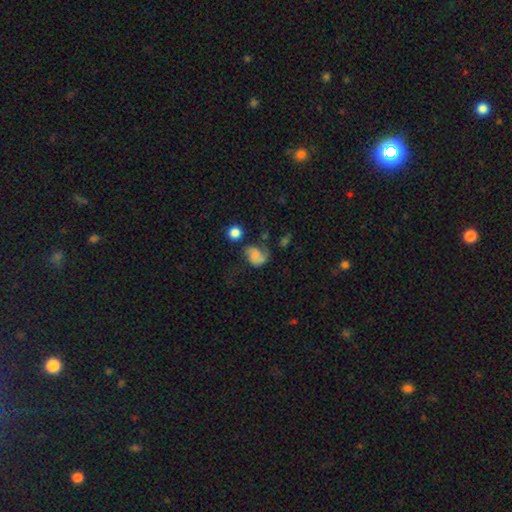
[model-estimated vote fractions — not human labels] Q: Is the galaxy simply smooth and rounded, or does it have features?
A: featured or disk — 52%.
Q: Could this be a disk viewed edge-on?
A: no — 98%.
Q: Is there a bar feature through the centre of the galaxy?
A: no — 66%.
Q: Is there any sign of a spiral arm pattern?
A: yes — 88%.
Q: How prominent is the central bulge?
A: small — 38%.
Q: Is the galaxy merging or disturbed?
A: none — 48%.